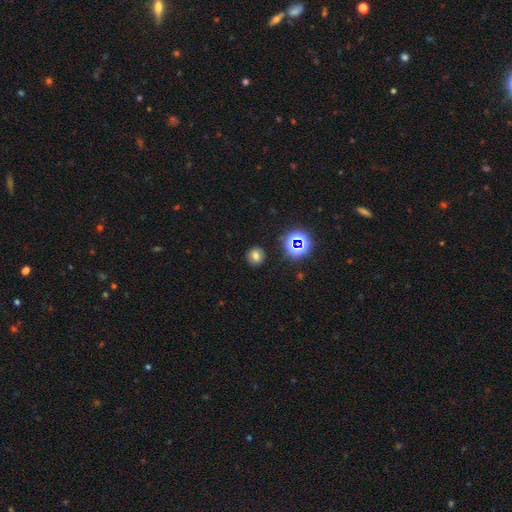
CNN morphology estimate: Smooth or featured? Predicted: smooth (p=0.69). How rounded? Predicted: round (p=0.86). Merging? Predicted: none (p=0.88).